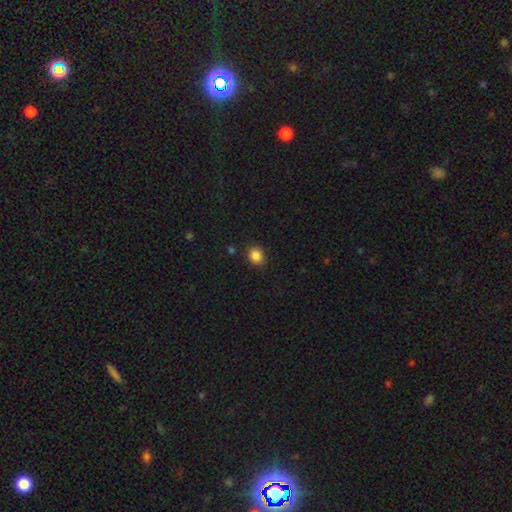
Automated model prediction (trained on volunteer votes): smooth 86%, star or artifact 11%, featured or disk 3%. Down the decision tree: how rounded — round (71%); merging — none (87%).